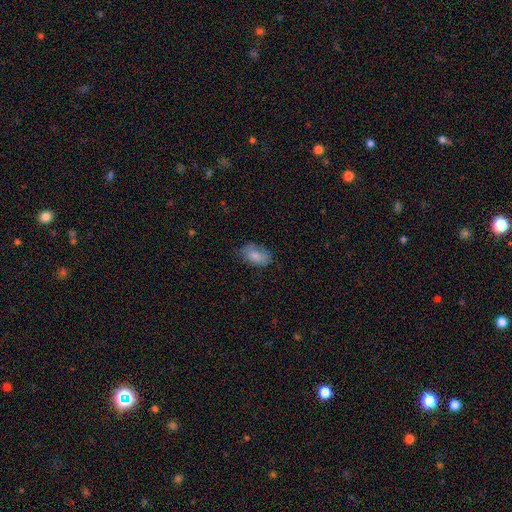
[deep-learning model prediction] This is clearly a smooth galaxy (82%). How rounded: clearly in between (91%). Merging: likely none (69%).